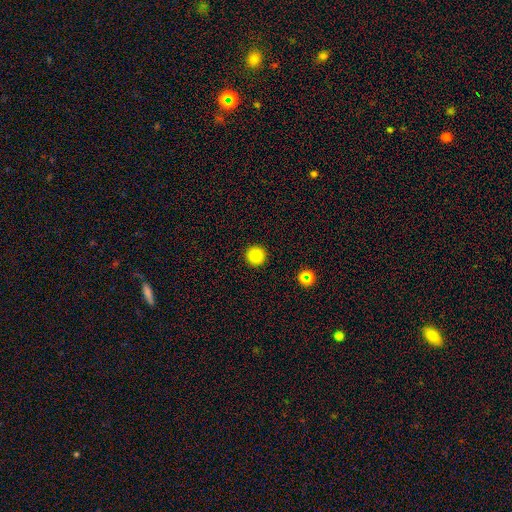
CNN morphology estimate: Smooth or featured?
  - smooth: 83% *
  - star or artifact: 12%
  - featured or disk: 5%
How rounded?
  - round: 96% *
  - in between: 3%
  - cigar-shaped: 1%
Merging?
  - none: 93% *
  - minor disturbance: 4%
  - major disturbance: 2%
  - merger: 1%